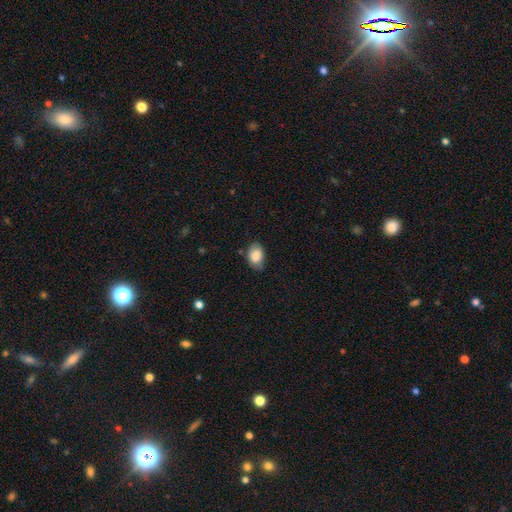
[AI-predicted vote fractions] A smooth galaxy with no disk features (85%) that is in between round and cigar-shaped (83%). Merging: none (69%).